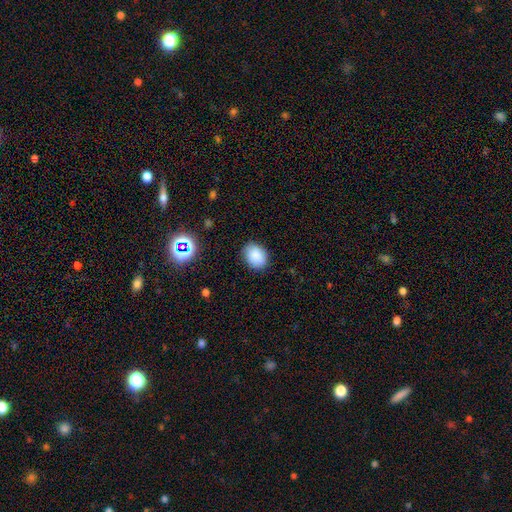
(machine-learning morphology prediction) type=smooth (86%); roundness=in between (69%); merging=none (84%).